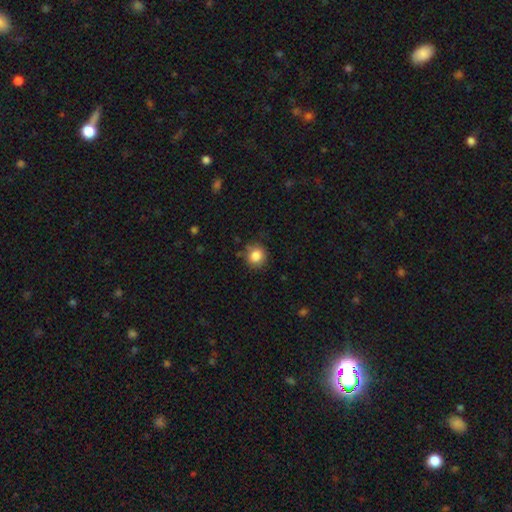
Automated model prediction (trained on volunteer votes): Q: Smooth or featured?
A: smooth (84%); runner-up: star or artifact (10%)
Q: How rounded?
A: round (88%); runner-up: in between (11%)
Q: Merging?
A: none (81%); runner-up: minor disturbance (14%)